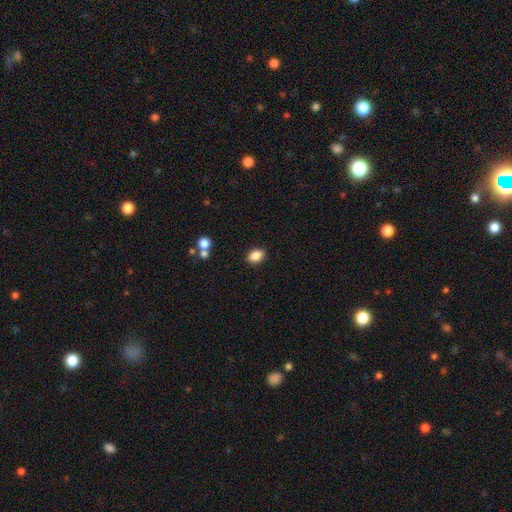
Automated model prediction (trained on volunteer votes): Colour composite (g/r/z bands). It shows a smooth galaxy with no disk features (86%) that is in between round and cigar-shaped (82%). Merging: none (87%).